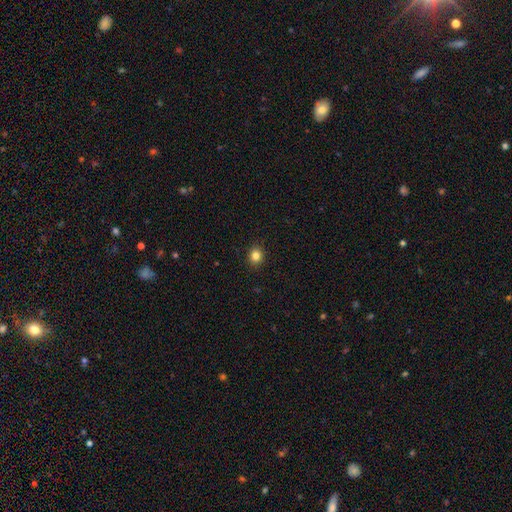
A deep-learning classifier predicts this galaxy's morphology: This is clearly a smooth galaxy (84%). How rounded: likely round (72%). Merging: clearly none (91%).